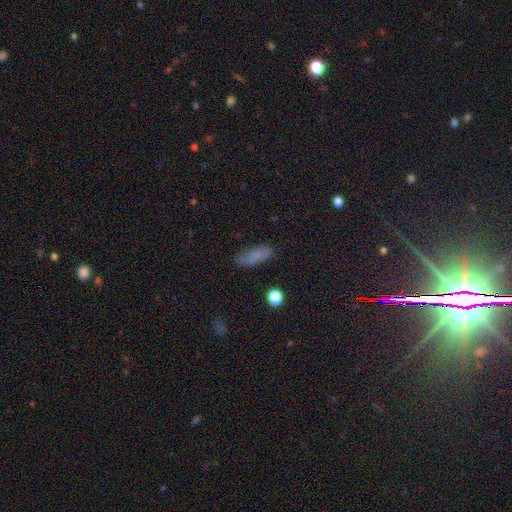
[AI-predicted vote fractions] Morphology: type=smooth (77%); roundness=in between (66%); merging=none (74%).